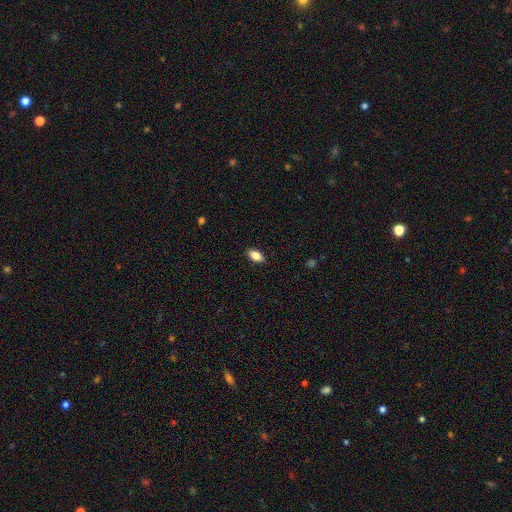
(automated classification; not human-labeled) Morphology: type=smooth (84%); roundness=in between (90%); merging=none (88%).